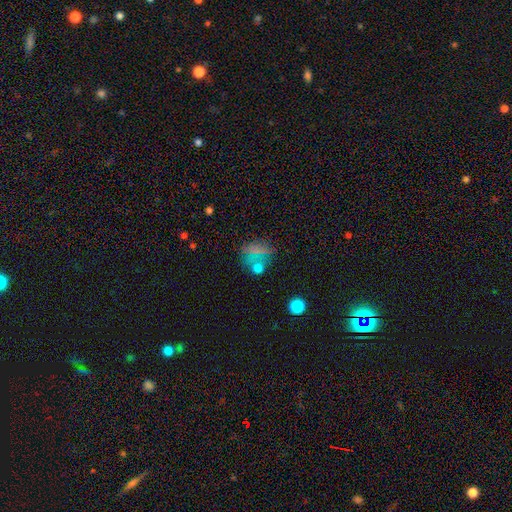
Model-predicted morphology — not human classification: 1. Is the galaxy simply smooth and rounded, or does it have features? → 54% smooth, 33% star or artifact, 13% featured or disk.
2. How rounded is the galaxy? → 72% round, 24% in between, 4% cigar-shaped.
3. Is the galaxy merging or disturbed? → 63% none, 15% minor disturbance, 12% merger, 10% major disturbance.